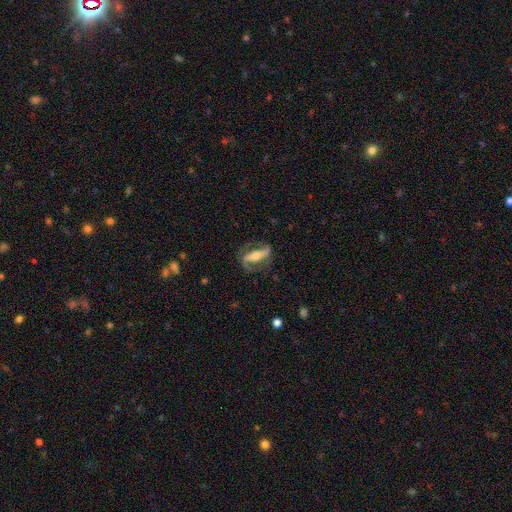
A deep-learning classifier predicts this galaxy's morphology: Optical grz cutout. It shows a featured or disk galaxy (82%) with a strong bar (69%), 2 (89%) medium (44%) spiral arms (87%) and a moderate central bulge (55%). Merging: none (77%).